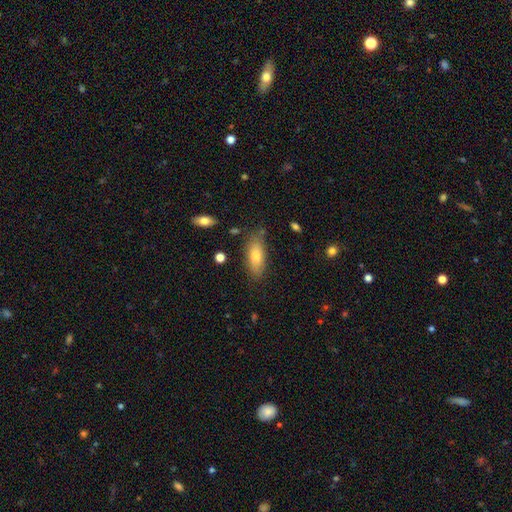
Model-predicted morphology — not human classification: smooth_or_featured: smooth (p=0.75) [alt: featured or disk p=0.17]
how_rounded: in between (p=0.71) [alt: cigar-shaped p=0.27]
merging: none (p=0.78) [alt: minor disturbance p=0.16]